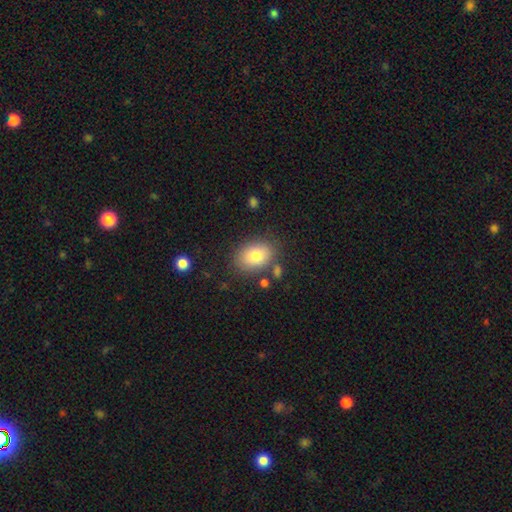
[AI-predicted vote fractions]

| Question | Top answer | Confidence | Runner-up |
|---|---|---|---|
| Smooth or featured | smooth | 81% | featured or disk (11%) |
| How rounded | in between | 78% | round (21%) |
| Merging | none | 79% | minor disturbance (13%) |